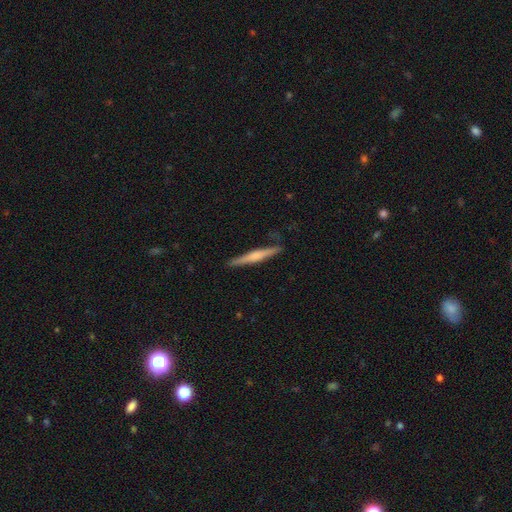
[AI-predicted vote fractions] A featured or disk galaxy (58%) viewed edge-on (98%) with a rounded central bulge (61%).

Vote fractions:
- Smooth or featured? featured or disk: 58% / smooth: 36% / star or artifact: 5%
- Edge-on disk? yes: 98% / no: 2%
- Edge-on bulge? rounded: 61% / none: 20% / boxy: 20%
- Merging? none: 88% / minor disturbance: 9% / major disturbance: 2% / merger: 1%